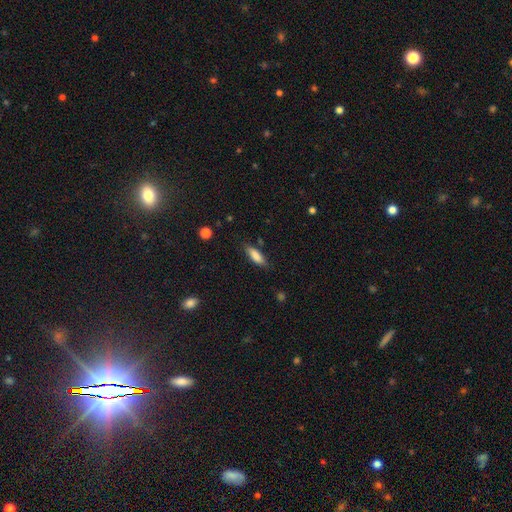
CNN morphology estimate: Q: Smooth or featured?
A: smooth (83%); runner-up: featured or disk (11%)
Q: How rounded?
A: in between (55%); runner-up: cigar-shaped (43%)
Q: Merging?
A: none (81%); runner-up: minor disturbance (14%)